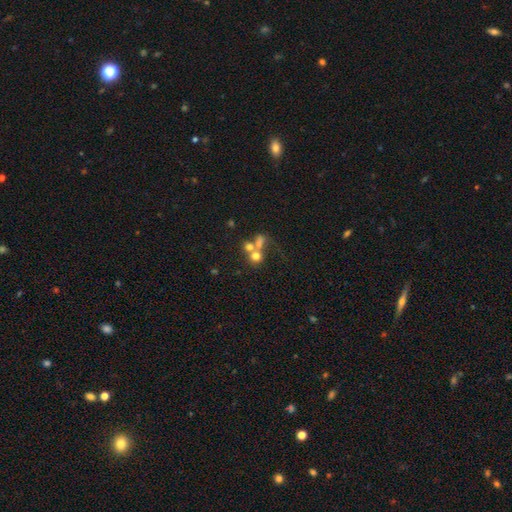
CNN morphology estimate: smooth 64%, featured or disk 20%, star or artifact 16%. Down the decision tree: how rounded — round (81%); merging — merger (53%).